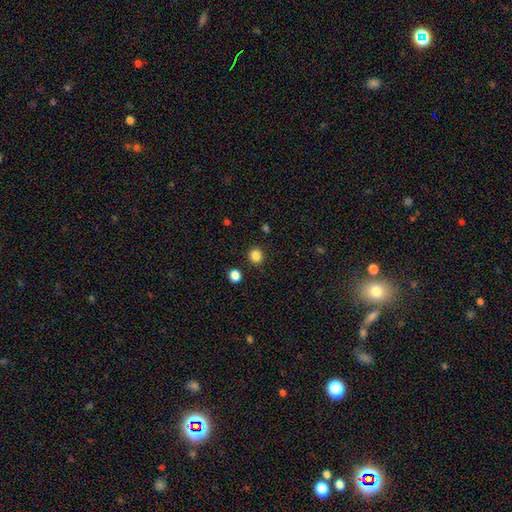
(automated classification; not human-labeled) This appears to be a smooth galaxy with no disk features (85%) that is round (86%). Merging: none (88%).